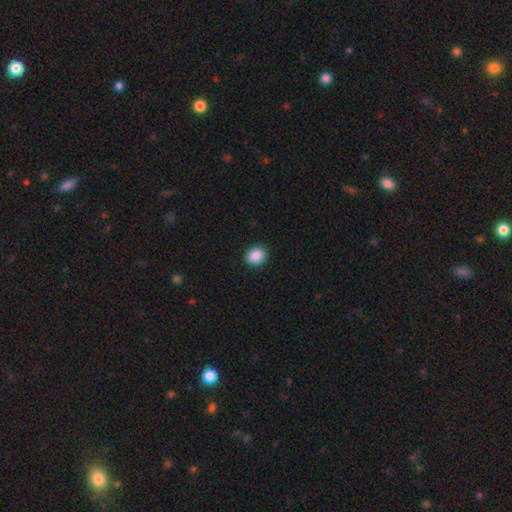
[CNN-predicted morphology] Smooth or featured: smooth — 89% (star or artifact — 9%)
How rounded: round — 64% (in between — 35%)
Merging: none — 91% (minor disturbance — 6%)